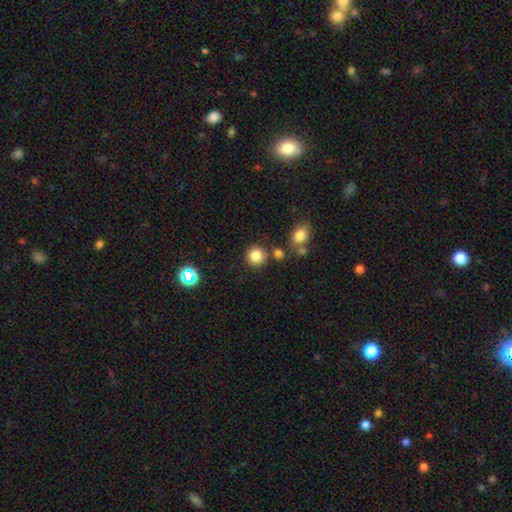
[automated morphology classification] Q: Smooth or featured?
A: smooth (83%); runner-up: star or artifact (12%)
Q: How rounded?
A: round (91%); runner-up: in between (8%)
Q: Merging?
A: none (79%); runner-up: minor disturbance (9%)